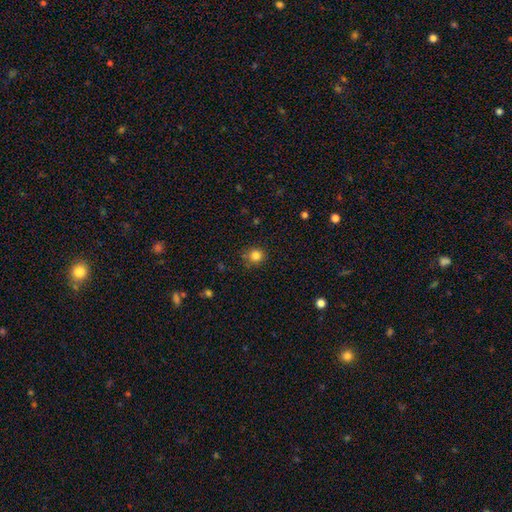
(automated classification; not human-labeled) A smooth galaxy with no disk features (83%) that is round (90%).

Vote fractions:
- Smooth or featured? smooth: 83% / star or artifact: 12% / featured or disk: 5%
- How rounded? round: 90% / in between: 9% / cigar-shaped: 1%
- Merging? none: 81% / minor disturbance: 12% / merger: 4% / major disturbance: 3%